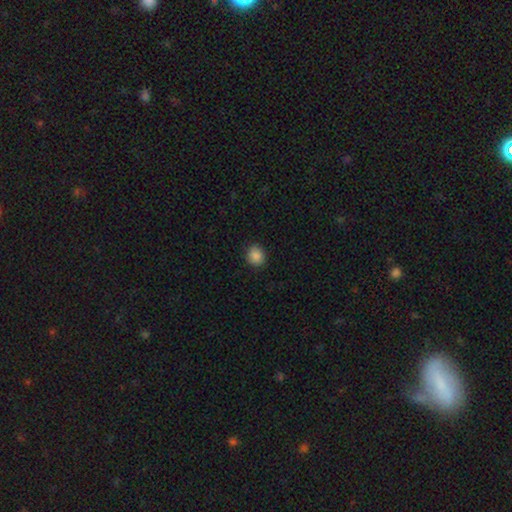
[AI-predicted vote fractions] Smooth or featured? smooth (87%)
How rounded? round (80%)
Merging? none (89%)